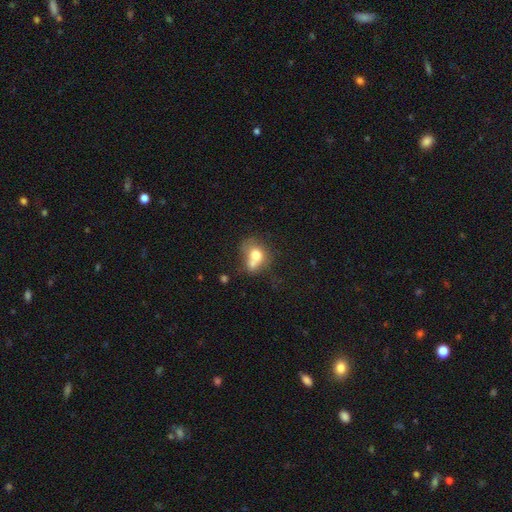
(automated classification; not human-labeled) Morphology: type=smooth (69%); roundness=round (54%); merging=merger (53%).